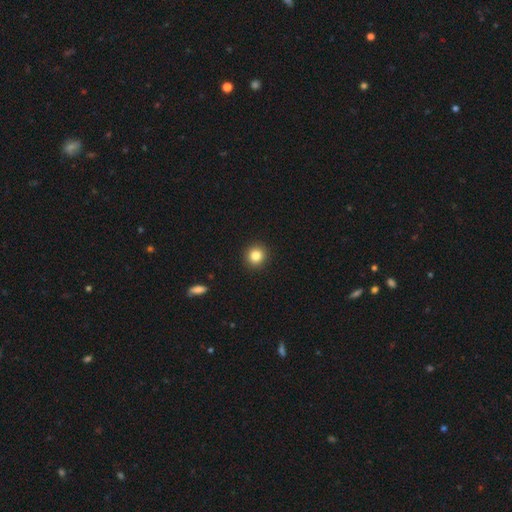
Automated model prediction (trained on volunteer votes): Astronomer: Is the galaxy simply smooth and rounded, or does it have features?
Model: smooth — 84%.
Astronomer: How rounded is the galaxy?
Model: round — 91%.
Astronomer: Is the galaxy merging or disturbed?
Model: none — 92%.